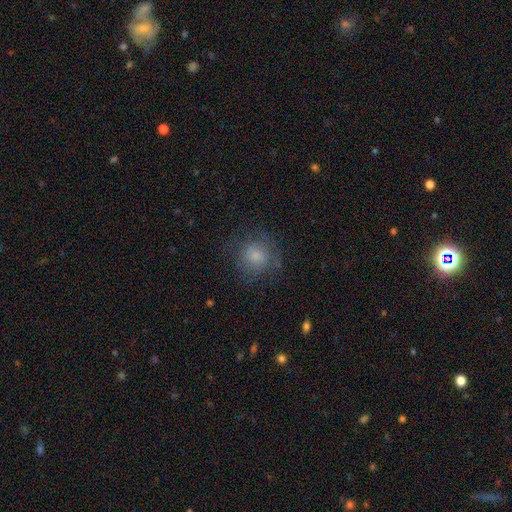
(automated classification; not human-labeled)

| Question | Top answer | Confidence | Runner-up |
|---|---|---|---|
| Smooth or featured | smooth | 71% | featured or disk (18%) |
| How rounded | round | 86% | in between (13%) |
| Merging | none | 69% | minor disturbance (18%) |